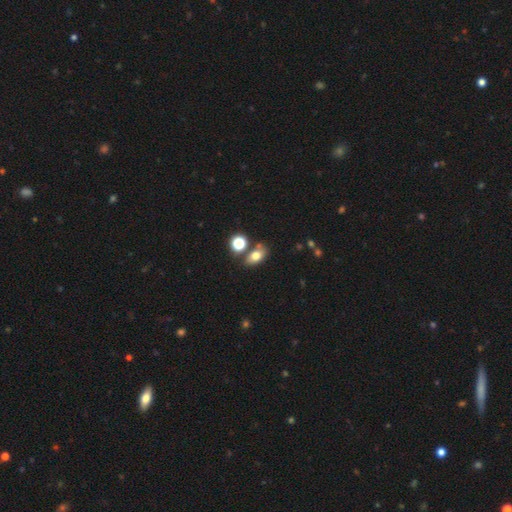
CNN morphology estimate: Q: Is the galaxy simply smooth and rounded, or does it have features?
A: smooth — 74%.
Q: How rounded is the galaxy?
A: in between — 79%.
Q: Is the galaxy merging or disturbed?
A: none — 65%.